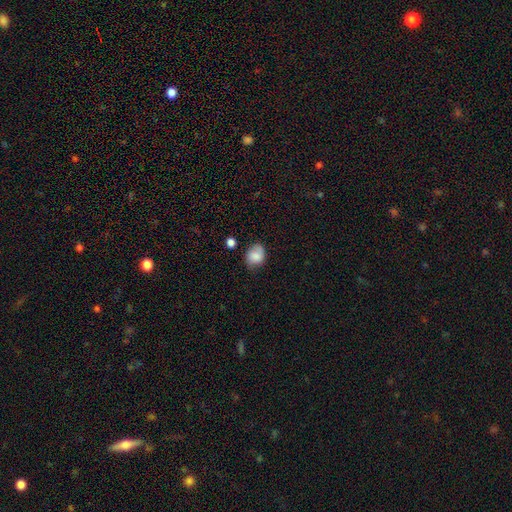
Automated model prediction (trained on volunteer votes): smooth 75%, featured or disk 16%, star or artifact 9%. Down the decision tree: how rounded — round (51%); merging — none (66%).